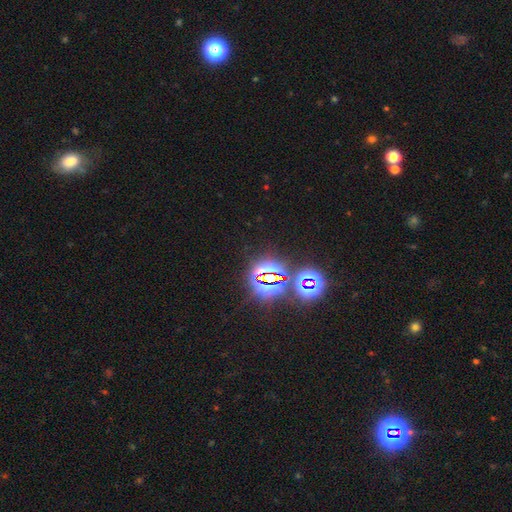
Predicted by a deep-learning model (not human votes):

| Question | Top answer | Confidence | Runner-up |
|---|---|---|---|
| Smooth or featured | star or artifact | 80% | smooth (13%) |